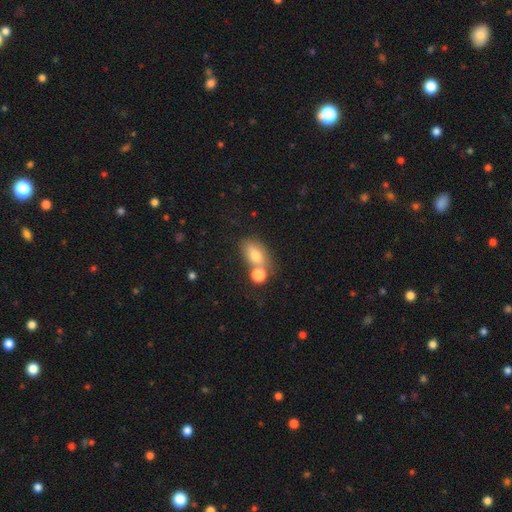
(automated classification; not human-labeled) smooth-or-featured: smooth: 75% | featured or disk: 14% | star or artifact: 11%
  how-rounded: in between: 79% | round: 18% | cigar-shaped: 4%
  merging: none: 47% | merger: 32% | minor disturbance: 15% | major disturbance: 7%